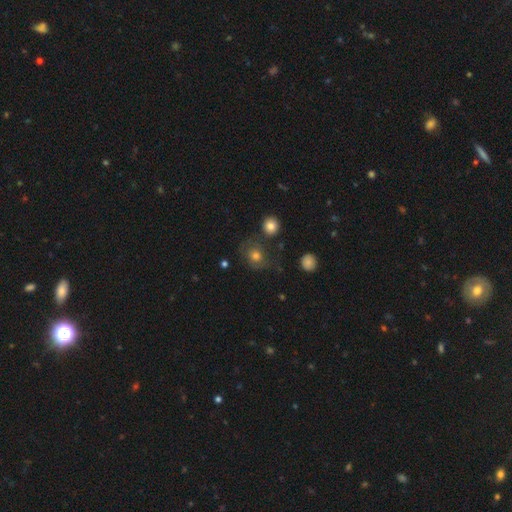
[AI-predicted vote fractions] Q: Smooth or featured?
A: smooth (67%); runner-up: featured or disk (20%)
Q: How rounded?
A: round (71%); runner-up: in between (28%)
Q: Merging?
A: none (62%); runner-up: minor disturbance (20%)